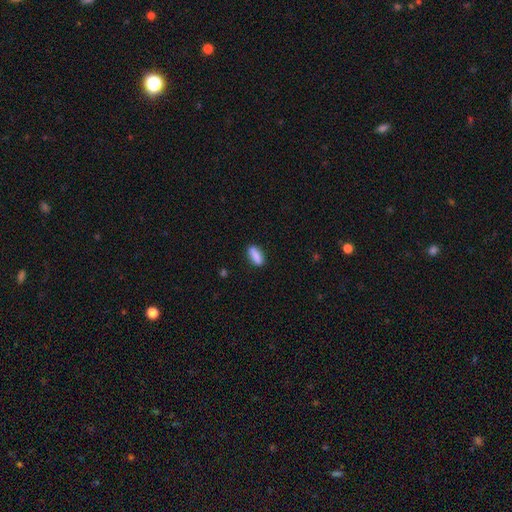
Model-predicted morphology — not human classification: Smooth or featured? smooth (88%)
How rounded? in between (73%)
Merging? none (83%)